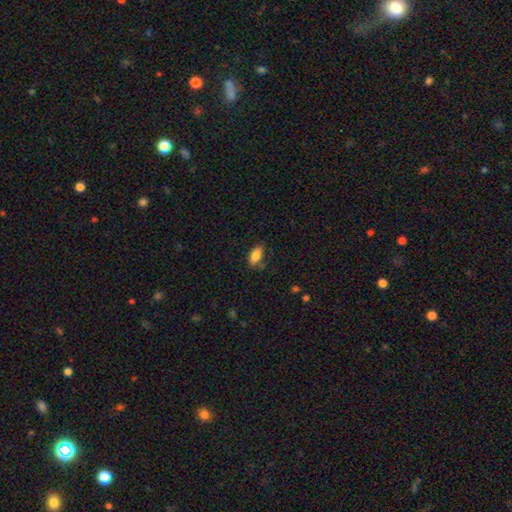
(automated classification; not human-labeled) This is clearly a smooth galaxy (83%). How rounded: clearly in between (88%). Merging: likely none (73%).